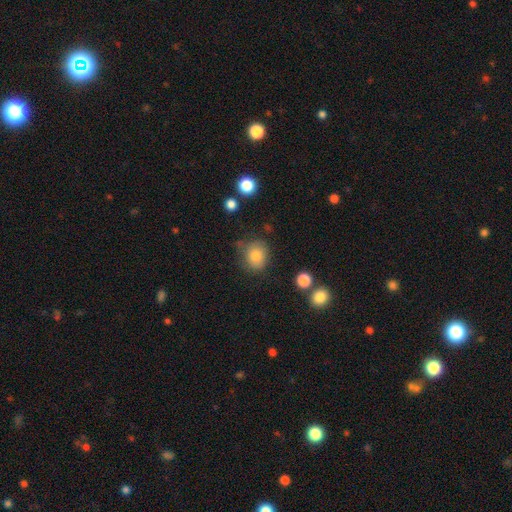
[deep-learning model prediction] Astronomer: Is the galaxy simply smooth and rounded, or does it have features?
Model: smooth — 81%.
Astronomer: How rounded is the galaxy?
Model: round — 73%.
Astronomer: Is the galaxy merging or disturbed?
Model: none — 70%.